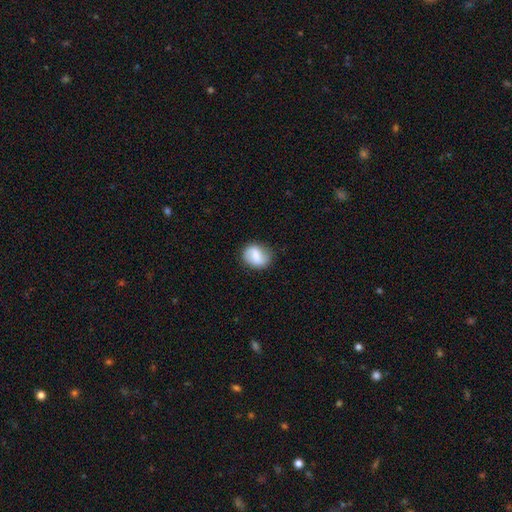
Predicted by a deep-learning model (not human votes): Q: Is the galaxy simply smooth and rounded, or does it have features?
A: smooth — 57%.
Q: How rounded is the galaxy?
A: round — 57%.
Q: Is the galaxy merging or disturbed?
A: none — 77%.